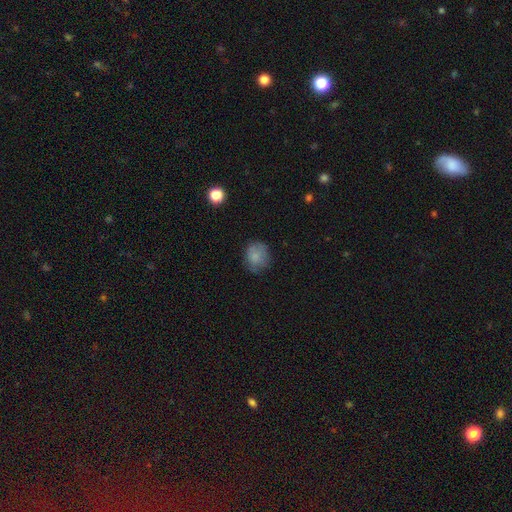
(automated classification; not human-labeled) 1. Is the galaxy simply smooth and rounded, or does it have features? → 80% smooth, 10% featured or disk, 10% star or artifact.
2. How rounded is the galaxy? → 73% round, 26% in between, 1% cigar-shaped.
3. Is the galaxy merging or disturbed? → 65% none, 26% minor disturbance, 8% major disturbance, 1% merger.